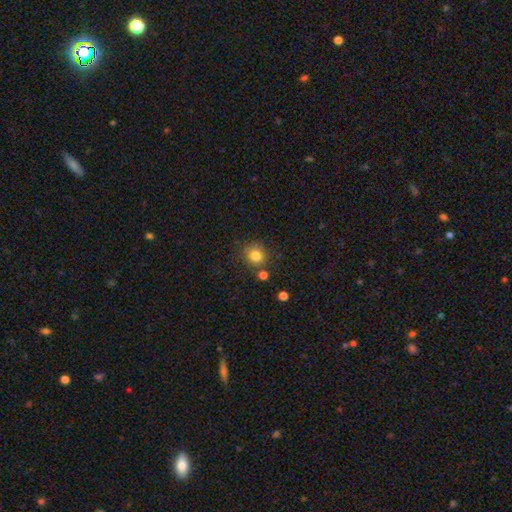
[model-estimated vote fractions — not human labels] The model was most divided on "merging": none: 73%, minor disturbance: 14%, merger: 9%, major disturbance: 4%. More confident: smooth or featured — smooth (80%); how rounded — round (80%).